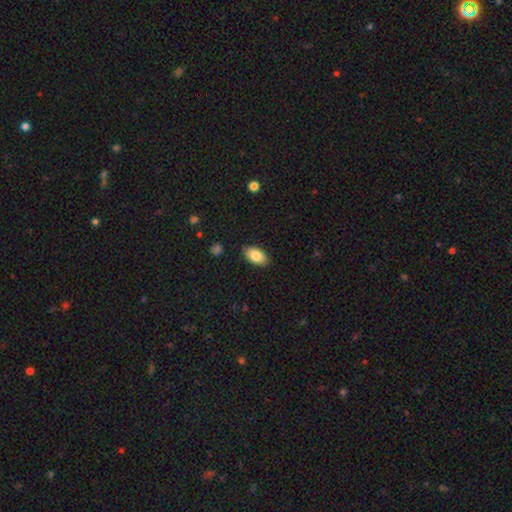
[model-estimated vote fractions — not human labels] Smooth or featured? smooth (84%)
How rounded? in between (93%)
Merging? none (87%)